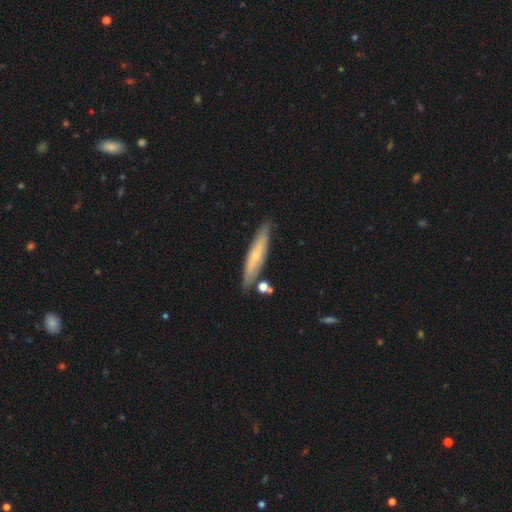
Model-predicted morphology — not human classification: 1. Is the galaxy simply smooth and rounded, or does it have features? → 49% smooth, 45% featured or disk, 6% star or artifact.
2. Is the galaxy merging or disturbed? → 82% none, 12% minor disturbance, 4% merger, 2% major disturbance.